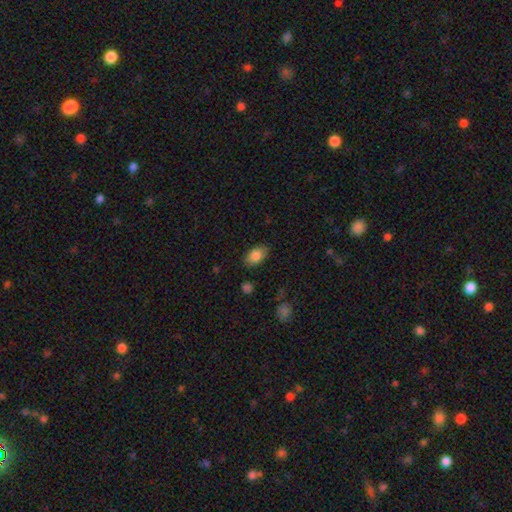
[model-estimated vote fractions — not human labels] This appears to be a smooth galaxy with no disk features (82%) that is in between round and cigar-shaped (91%). Merging: none (84%).